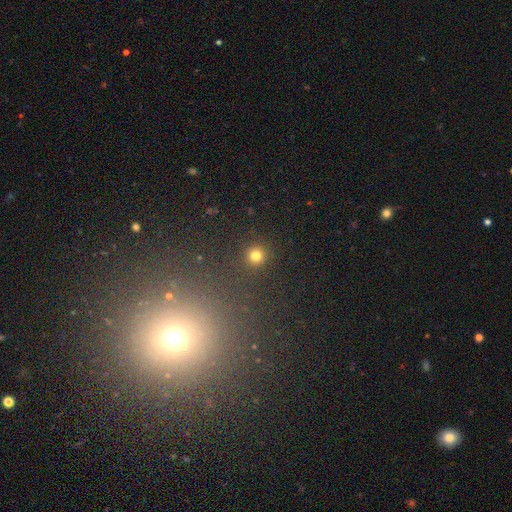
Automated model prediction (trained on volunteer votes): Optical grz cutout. It shows a smooth galaxy with no disk features (78%) that is round (95%). Merging: none (91%).